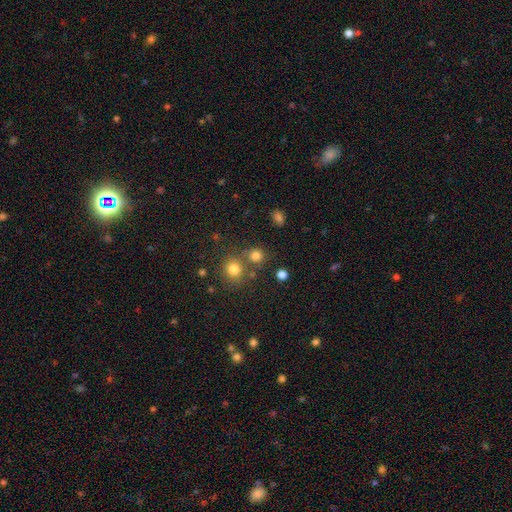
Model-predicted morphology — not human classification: smooth_or_featured: smooth (p=0.78) [alt: star or artifact p=0.15]
how_rounded: round (p=0.86) [alt: in between p=0.13]
merging: none (p=0.65) [alt: merger p=0.22]